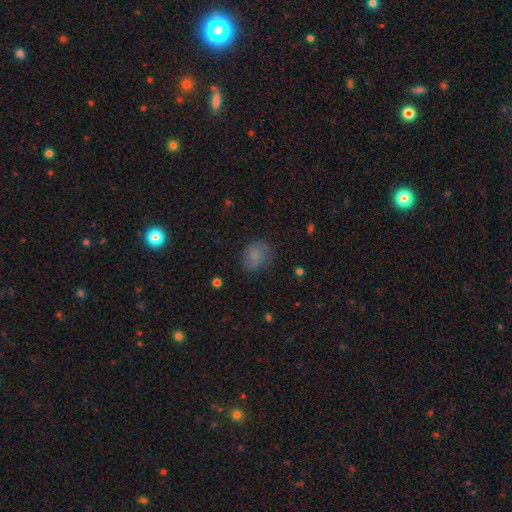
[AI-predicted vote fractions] Morphology: type=smooth (79%); roundness=round (54%); merging=none (73%).